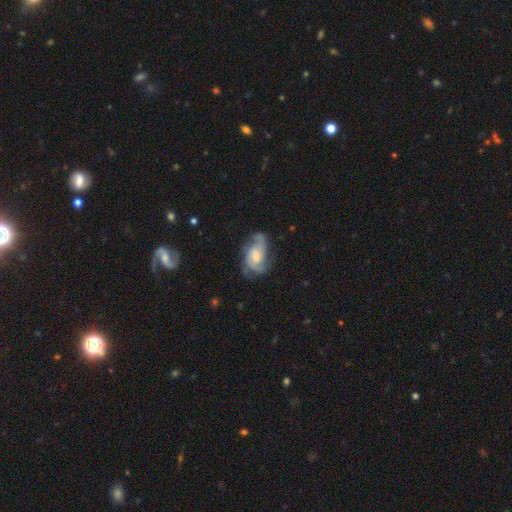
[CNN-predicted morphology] This is likely a featured or disk galaxy (77%). It is clearly not viewed edge-on (97%). Bar: possibly no (47%). Spiral arm pattern: clearly yes (92%). Spiral arm count: marginally 2 (38%). Spiral winding: possibly medium (49%). Central bulge: marginally moderate (42%). Merging: possibly none (55%).